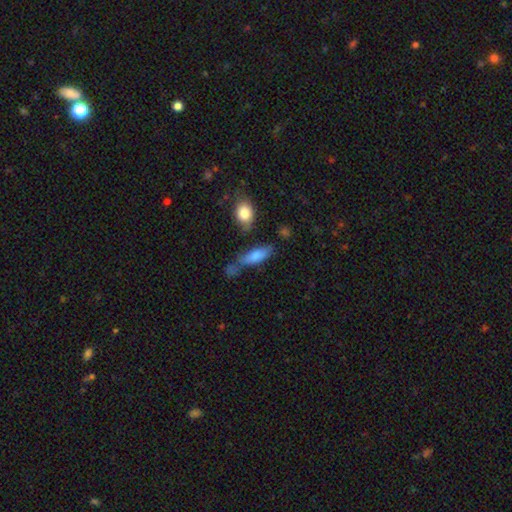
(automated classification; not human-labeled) smooth_or_featured: smooth (p=0.73) [alt: featured or disk p=0.18]
how_rounded: in between (p=0.53) [alt: cigar-shaped p=0.44]
merging: none (p=0.49) [alt: minor disturbance p=0.24]